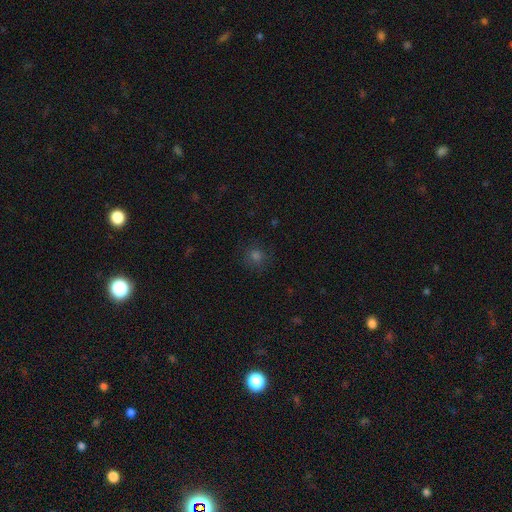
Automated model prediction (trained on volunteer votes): Smooth or featured?
  - smooth: 63% *
  - star or artifact: 28%
  - featured or disk: 9%
How rounded?
  - round: 87% *
  - in between: 12%
  - cigar-shaped: 1%
Merging?
  - none: 84% *
  - minor disturbance: 10%
  - major disturbance: 4%
  - merger: 1%